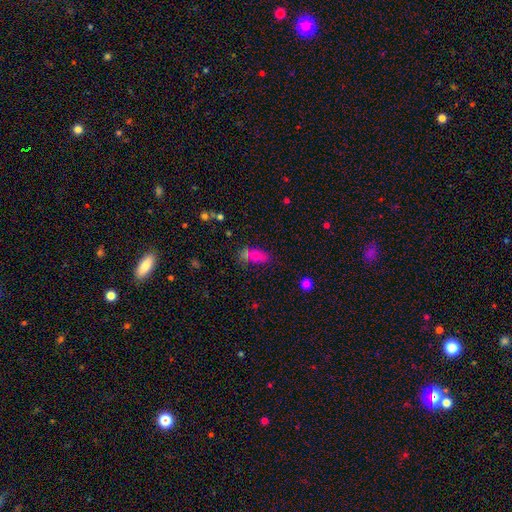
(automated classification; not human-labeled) Smooth or featured? smooth (69%)
How rounded? in between (80%)
Merging? none (47%)